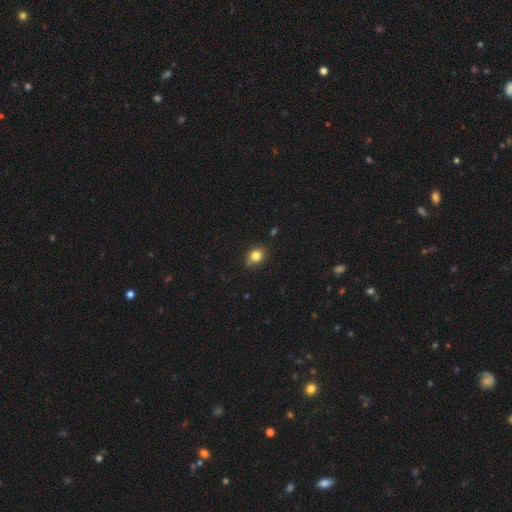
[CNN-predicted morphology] Smooth or featured?
  - smooth: 82% *
  - star or artifact: 11%
  - featured or disk: 7%
How rounded?
  - round: 62% *
  - in between: 37%
  - cigar-shaped: 1%
Merging?
  - none: 80% *
  - minor disturbance: 15%
  - merger: 3%
  - major disturbance: 3%